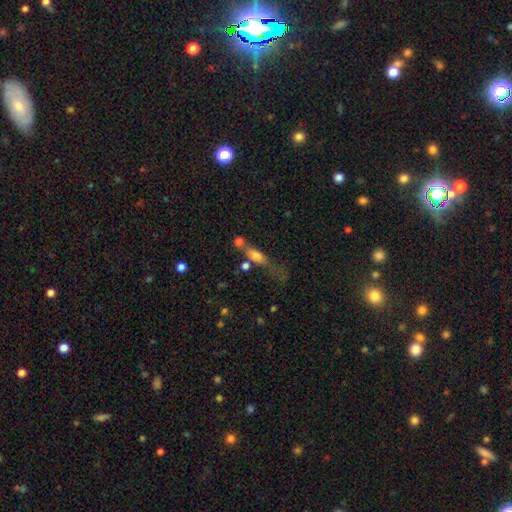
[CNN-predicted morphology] smooth_or_featured: smooth (p=0.68) [alt: featured or disk p=0.21]
how_rounded: in between (p=0.57) [alt: cigar-shaped p=0.36]
merging: none (p=0.33) [alt: merger p=0.32]